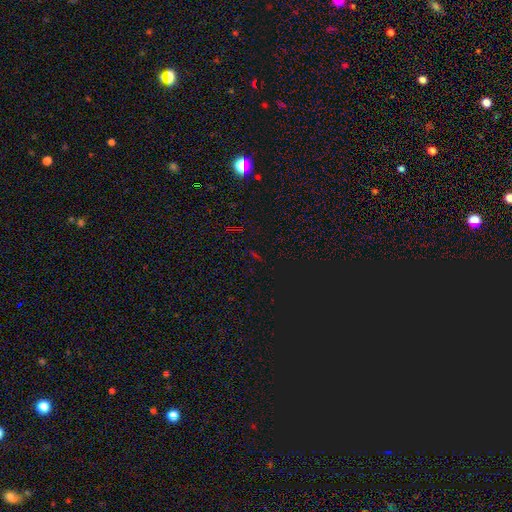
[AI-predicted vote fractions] Smooth or featured? Predicted: star or artifact (p=0.72).